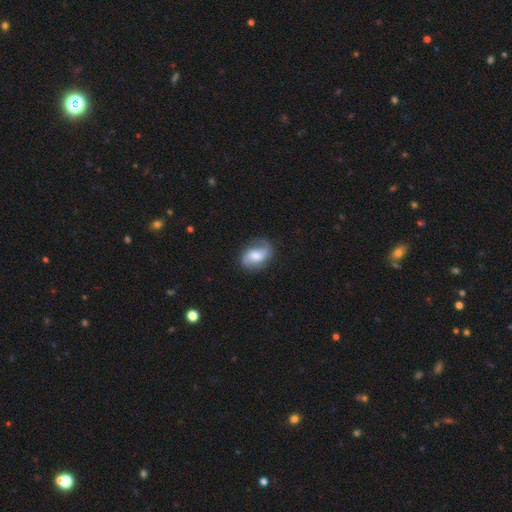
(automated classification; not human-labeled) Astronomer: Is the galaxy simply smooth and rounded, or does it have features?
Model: featured or disk — 72%.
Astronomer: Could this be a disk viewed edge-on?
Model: no — 97%.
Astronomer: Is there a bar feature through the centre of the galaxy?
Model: weak — 44% (runner-up: no, 42%).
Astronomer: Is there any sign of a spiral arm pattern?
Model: yes — 94%.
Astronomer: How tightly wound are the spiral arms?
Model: medium — 42%, tied with loose at 42%.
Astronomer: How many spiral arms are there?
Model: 2 — 89%.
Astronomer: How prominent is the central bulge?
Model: moderate — 52%.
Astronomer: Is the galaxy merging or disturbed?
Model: none — 76%.